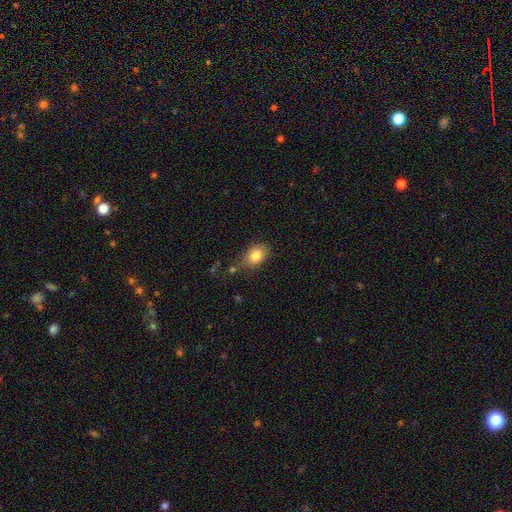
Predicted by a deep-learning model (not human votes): Morphology: type=smooth (83%); roundness=in between (76%); merging=none (64%).